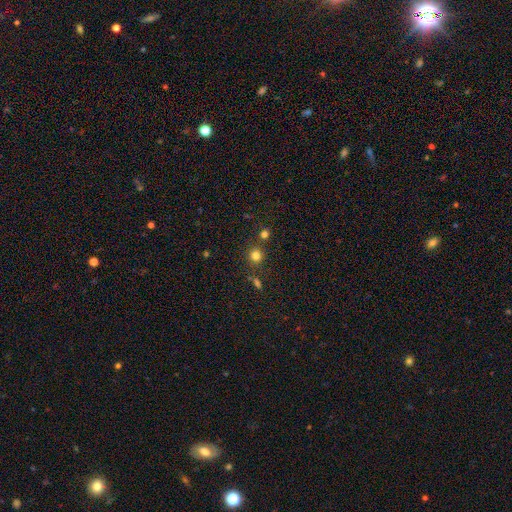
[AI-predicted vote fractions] Smooth or featured?
  - smooth: 78% *
  - star or artifact: 16%
  - featured or disk: 6%
How rounded?
  - round: 90% *
  - in between: 9%
  - cigar-shaped: 1%
Merging?
  - none: 78% *
  - merger: 10%
  - minor disturbance: 8%
  - major disturbance: 3%